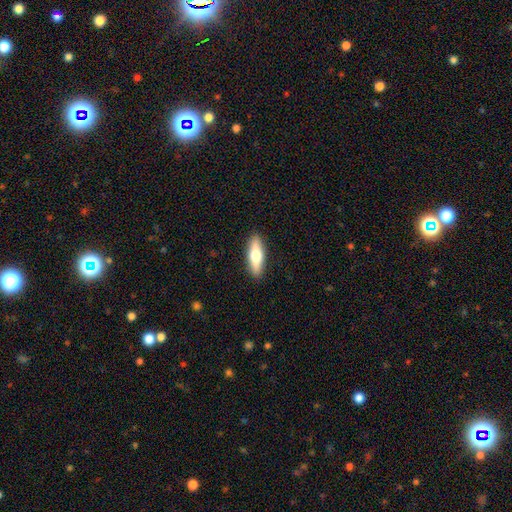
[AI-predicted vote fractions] A smooth galaxy with no disk features (63%) that is cigar-shaped (52%). Merging: none (90%).